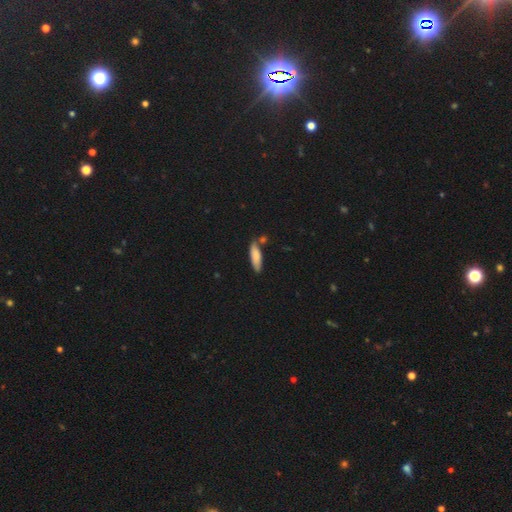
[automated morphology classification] This appears to be a smooth galaxy with no disk features (82%) that is cigar-shaped (61%). Merging: none (73%).